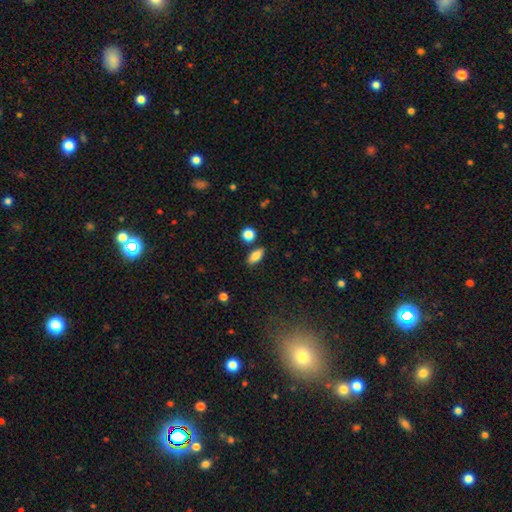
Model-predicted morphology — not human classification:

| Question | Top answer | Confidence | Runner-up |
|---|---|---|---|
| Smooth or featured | smooth | 82% | featured or disk (10%) |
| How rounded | in between | 83% | cigar-shaped (11%) |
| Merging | none | 83% | minor disturbance (10%) |